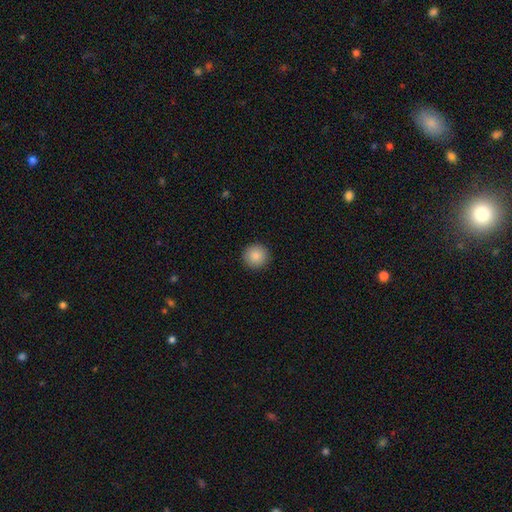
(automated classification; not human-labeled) A smooth galaxy with no disk features (87%) that is round (95%). Merging: none (93%).